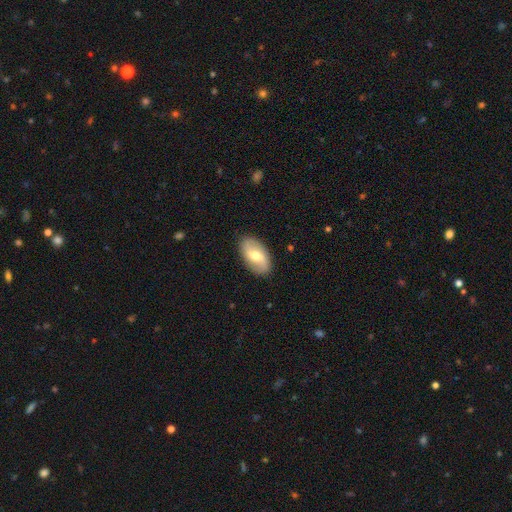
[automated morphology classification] Overall: featured or disk (50%; smooth 44%). Edge-on disk: no (93%). Merging: none (87%).